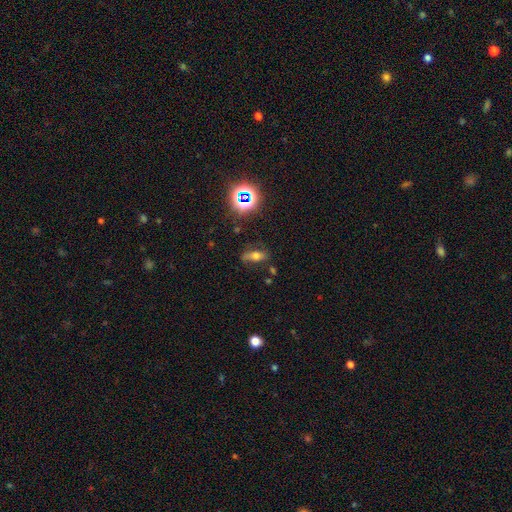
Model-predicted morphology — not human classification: smooth 49%, featured or disk 30%, star or artifact 22%. Down the decision tree: merging — none (64%).